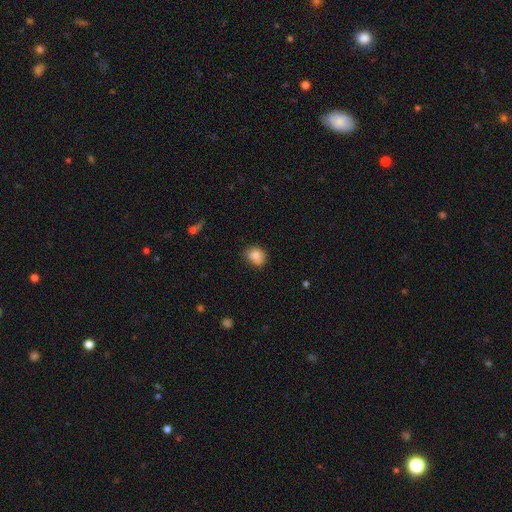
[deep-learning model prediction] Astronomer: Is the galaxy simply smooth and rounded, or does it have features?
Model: smooth — 82%.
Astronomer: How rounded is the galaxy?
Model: round — 52% (runner-up: in between, 47%).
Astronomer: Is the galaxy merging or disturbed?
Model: none — 63%.